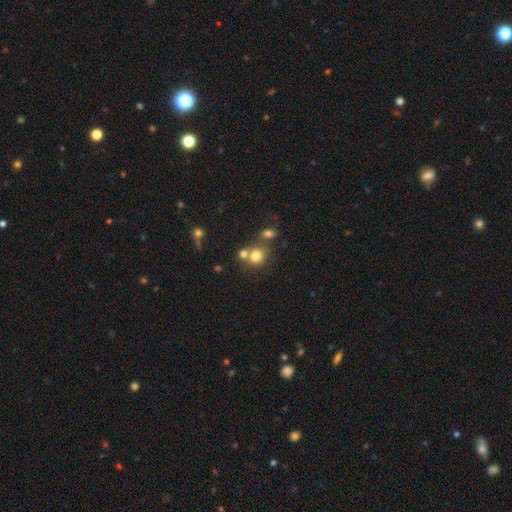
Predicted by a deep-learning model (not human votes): smooth 75%, star or artifact 14%, featured or disk 11%. Down the decision tree: how rounded — round (80%); merging — none (52%).